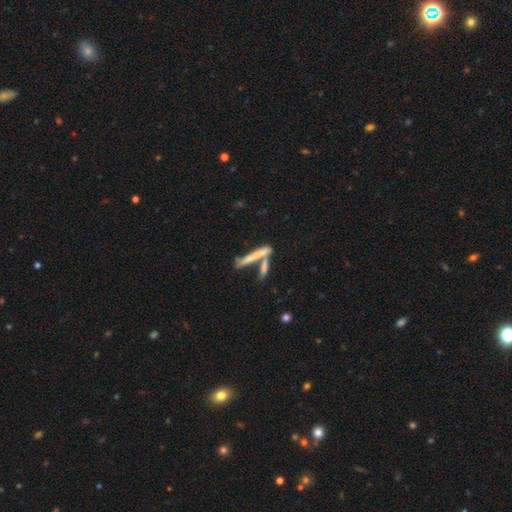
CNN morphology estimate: type=smooth (57%); roundness=cigar-shaped (91%); merging=none (46%).